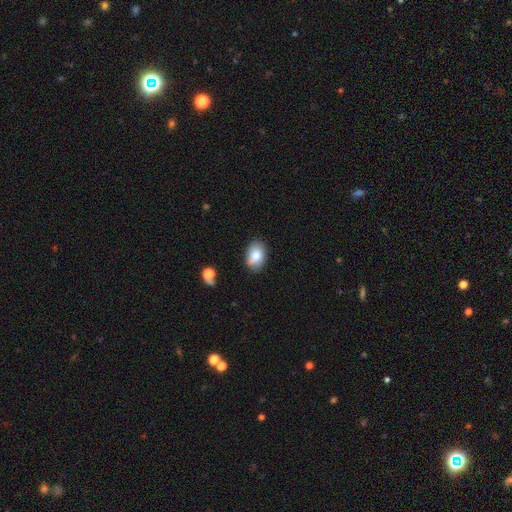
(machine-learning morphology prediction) smooth 79%, featured or disk 13%, star or artifact 8%. Down the decision tree: how rounded — in between (86%); merging — none (79%).